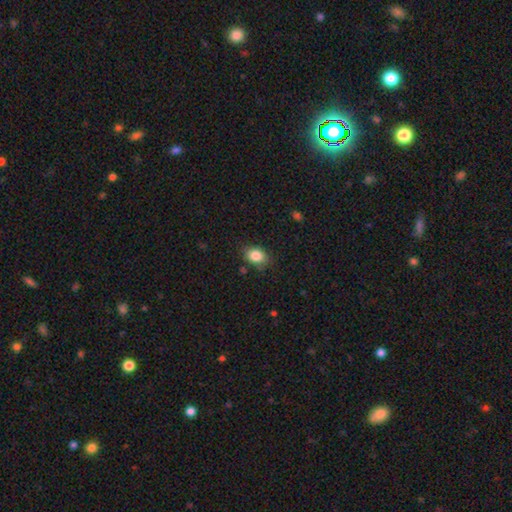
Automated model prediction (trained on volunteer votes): This appears to be a smooth galaxy with no disk features (85%) that is in between round and cigar-shaped (68%). Merging: none (79%).